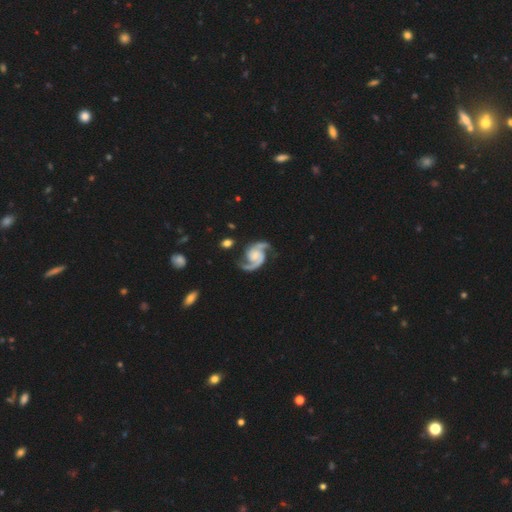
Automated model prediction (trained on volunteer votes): Smooth or featured? featured or disk (93%)
Edge-on disk? no (98%)
Bar? no (63%)
Spiral arms? yes (98%)
Spiral winding? medium (59%)
Spiral arm count? 2 (94%)
Bulge size? small (39%)
Merging? none (75%)